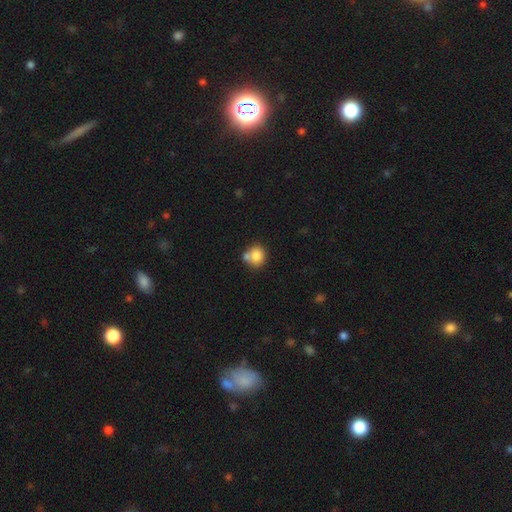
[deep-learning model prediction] smooth_or_featured: smooth (p=0.81) [alt: featured or disk p=0.10]
how_rounded: round (p=0.84) [alt: in between p=0.15]
merging: none (p=0.52) [alt: merger p=0.34]